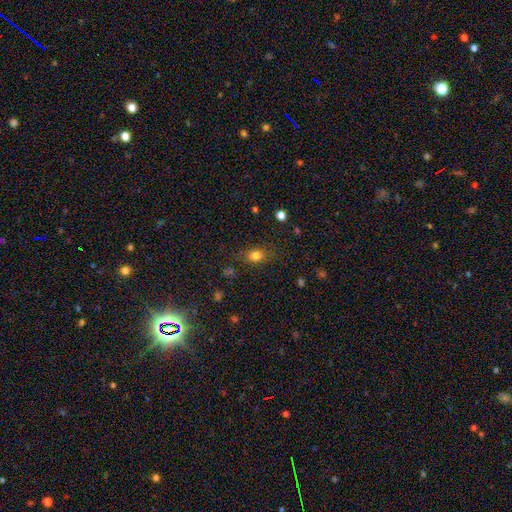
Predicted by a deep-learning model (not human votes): This is likely a smooth galaxy (79%). How rounded: possibly in between (58%). Merging: likely none (79%).